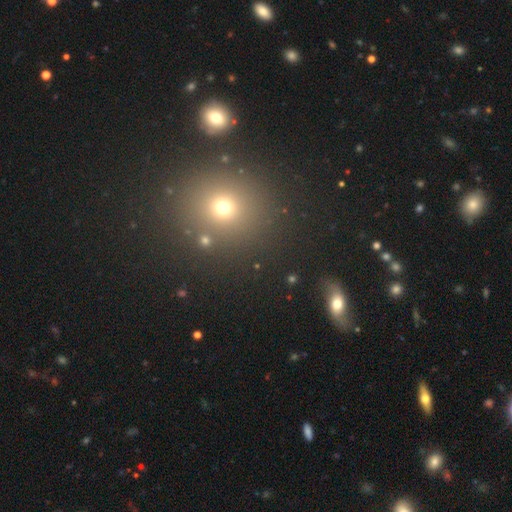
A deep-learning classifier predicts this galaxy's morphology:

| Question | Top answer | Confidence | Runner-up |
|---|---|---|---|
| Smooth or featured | smooth | 54% | star or artifact (37%) |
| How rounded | round | 85% | in between (14%) |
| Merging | none | 87% | minor disturbance (6%) |